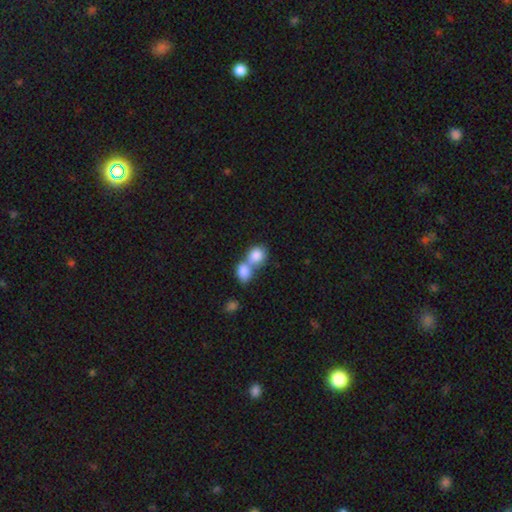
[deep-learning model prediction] Smooth or featured? Predicted: smooth (p=0.82). How rounded? Predicted: round (p=0.60). Merging? Predicted: merger (p=0.70).